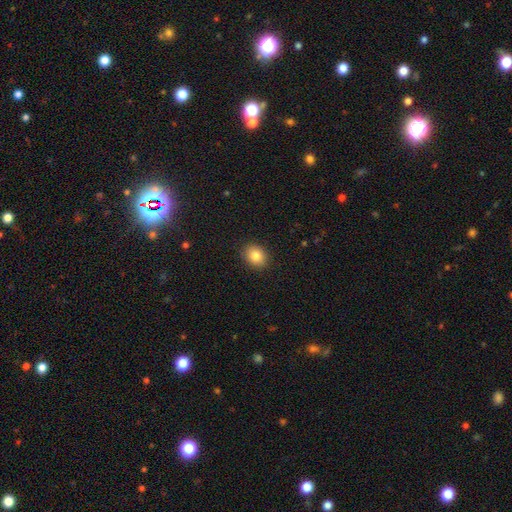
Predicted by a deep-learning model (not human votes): Smooth or featured? Predicted: smooth (p=0.84). How rounded? Predicted: round (p=0.51). Merging? Predicted: none (p=0.90).